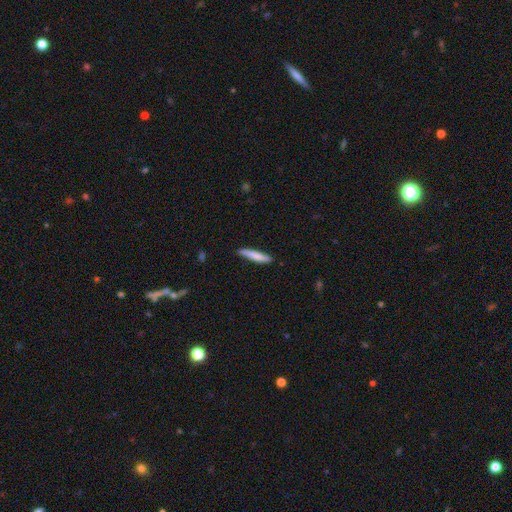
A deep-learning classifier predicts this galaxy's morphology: A smooth galaxy with no disk features (78%) that is cigar-shaped (91%). Merging: none (80%).